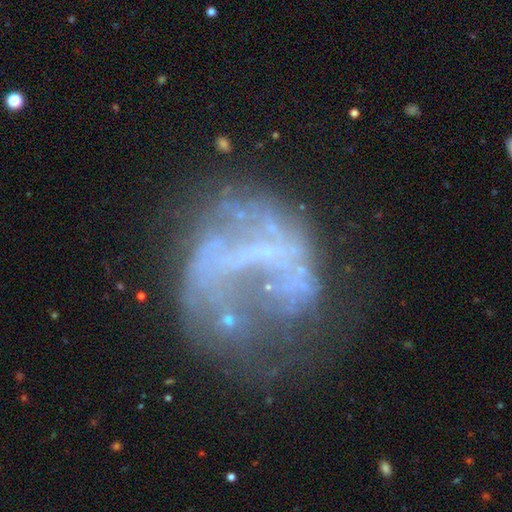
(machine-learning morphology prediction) Smooth or featured: featured or disk — 67% (smooth — 17%)
Edge-on disk: no — 98% (yes — 2%)
Bar: no — 57% (weak — 24%)
Spiral arms: no — 72% (yes — 28%)
Bulge size: none — 66% (small — 26%)
Merging: major disturbance — 38% (none — 36%)